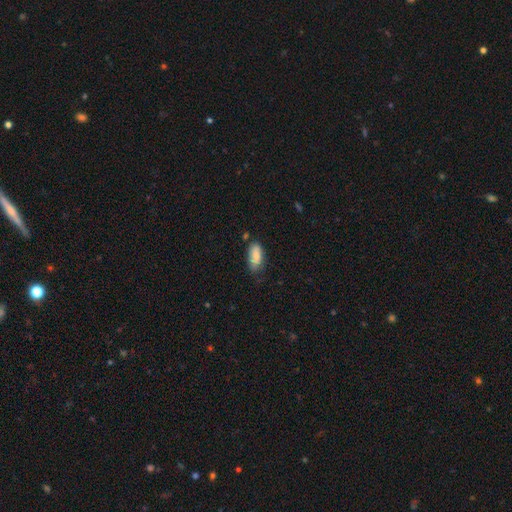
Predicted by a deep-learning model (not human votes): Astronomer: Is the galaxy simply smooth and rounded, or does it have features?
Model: smooth — 85%.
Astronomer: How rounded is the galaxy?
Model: in between — 87%.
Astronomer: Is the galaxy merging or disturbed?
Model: none — 65%.